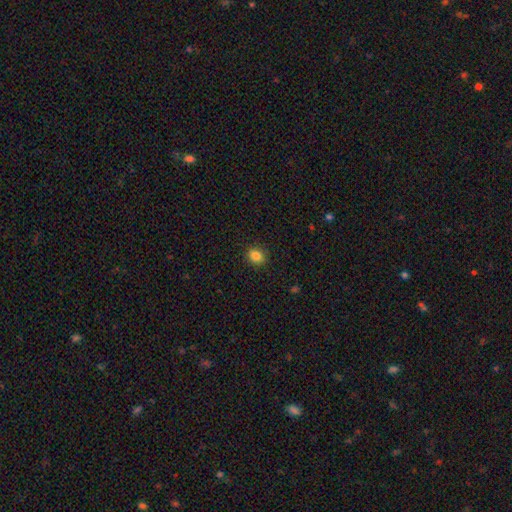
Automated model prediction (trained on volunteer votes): A smooth galaxy with no disk features (85%) that is round (67%).

Vote fractions:
- Smooth or featured? smooth: 85% / star or artifact: 11% / featured or disk: 4%
- How rounded? round: 67% / in between: 32% / cigar-shaped: 1%
- Merging? none: 90% / minor disturbance: 7% / major disturbance: 2% / merger: 1%